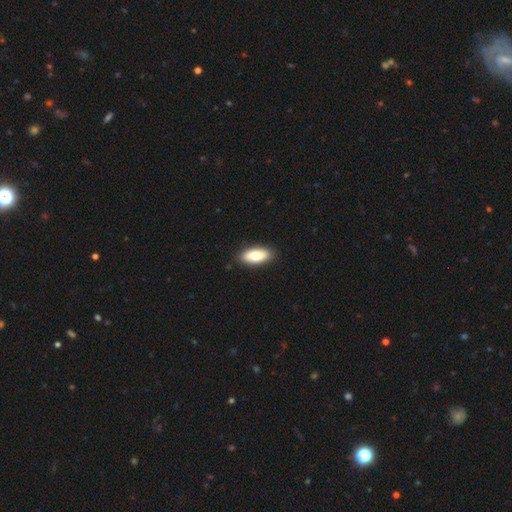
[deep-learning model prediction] This is likely a smooth galaxy (76%). How rounded: clearly in between (84%). Merging: clearly none (89%).